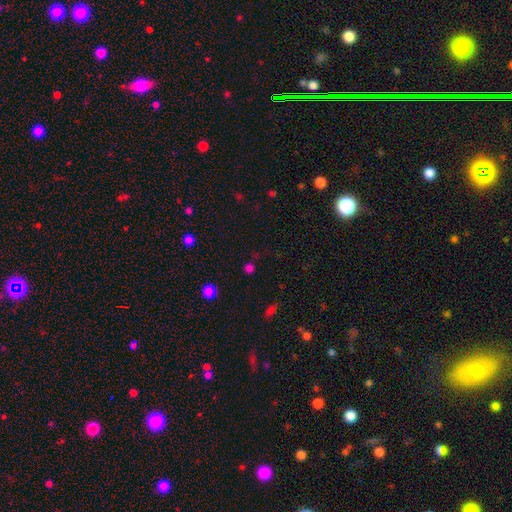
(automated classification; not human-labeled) Smooth or featured: smooth — 53% (star or artifact — 42%)
How rounded: round — 86% (in between — 13%)
Merging: none — 81% (minor disturbance — 10%)